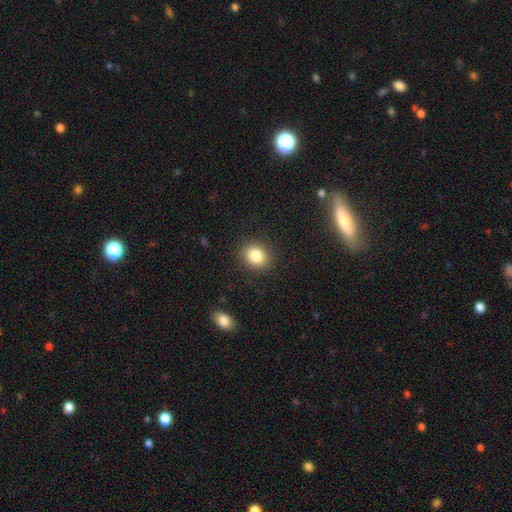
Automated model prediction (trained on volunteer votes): The model was most divided on "how rounded": round: 56%, in between: 43%, cigar-shaped: 1%. More confident: merging — none (88%); smooth or featured — smooth (84%).